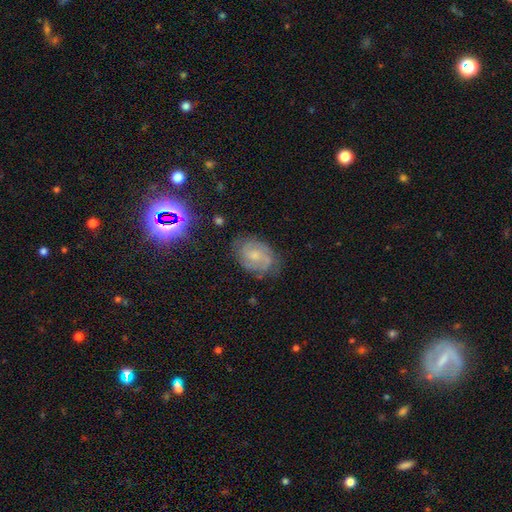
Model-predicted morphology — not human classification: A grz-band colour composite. It shows a featured or disk galaxy (64%) with no bar (58%), 2 (56%) tight (46%) spiral arms (88%) and a small central bulge (53%). Merging: none (72%).